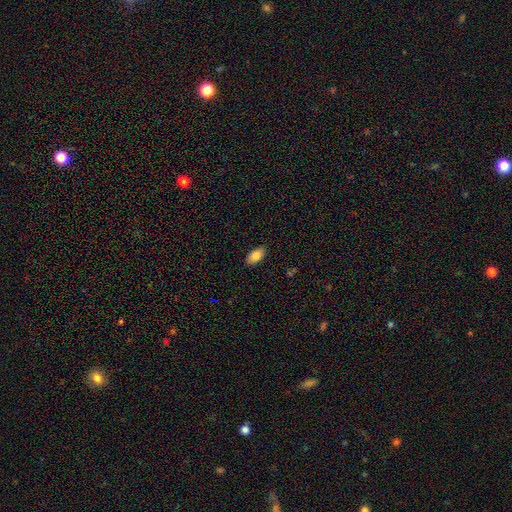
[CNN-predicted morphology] Smooth or featured?
  - smooth: 86% *
  - star or artifact: 7%
  - featured or disk: 7%
How rounded?
  - in between: 93% *
  - cigar-shaped: 4%
  - round: 3%
Merging?
  - none: 88% *
  - minor disturbance: 9%
  - major disturbance: 2%
  - merger: 1%